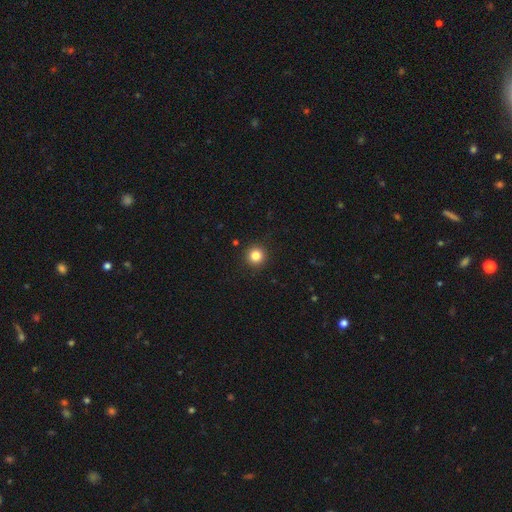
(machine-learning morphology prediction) A smooth galaxy with no disk features (83%) that is round (95%). Merging: none (92%).